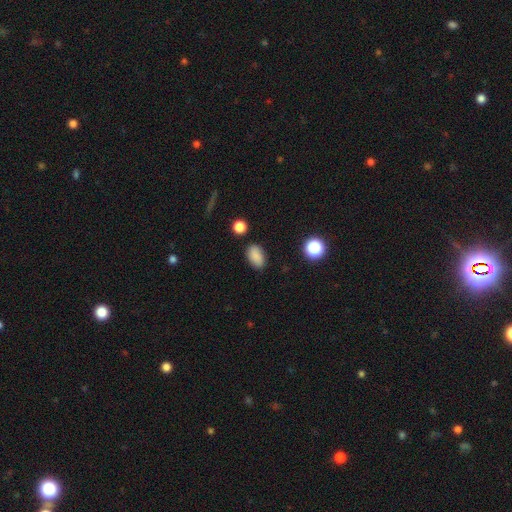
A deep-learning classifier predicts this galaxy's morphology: Smooth or featured? Predicted: smooth (p=0.85). How rounded? Predicted: in between (p=0.89). Merging? Predicted: none (p=0.83).